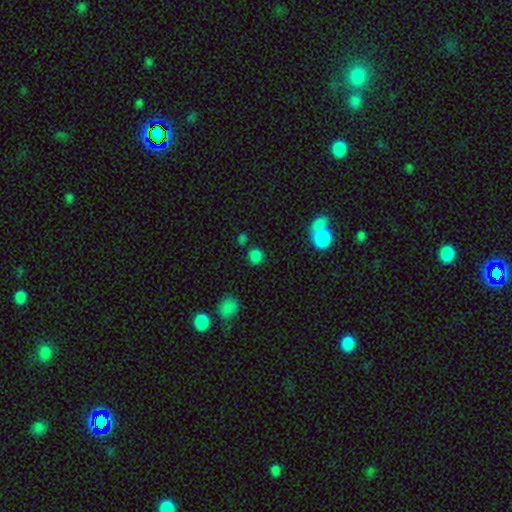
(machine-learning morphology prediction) A smooth galaxy with no disk features (78%) that is round (80%). Merging: none (76%).